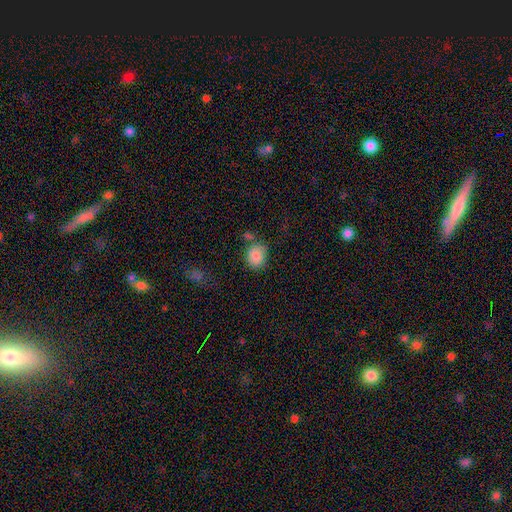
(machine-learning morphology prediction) smooth 85%, star or artifact 9%, featured or disk 7%. Down the decision tree: how rounded — round (62%); merging — none (68%).